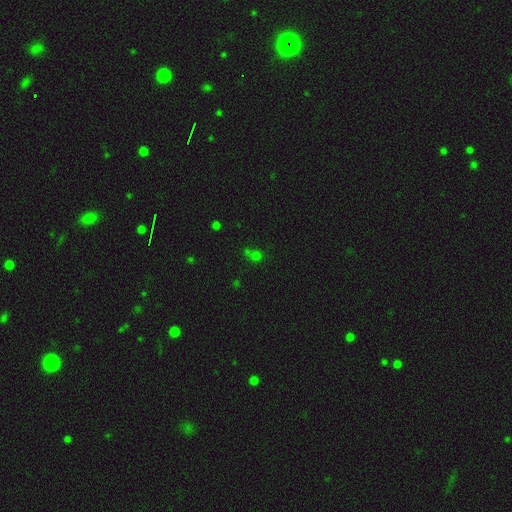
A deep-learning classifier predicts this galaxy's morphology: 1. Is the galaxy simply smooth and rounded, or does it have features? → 56% smooth, 36% star or artifact, 8% featured or disk.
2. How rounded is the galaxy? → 76% round, 22% in between, 2% cigar-shaped.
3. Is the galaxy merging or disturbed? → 55% none, 24% merger, 13% minor disturbance, 8% major disturbance.